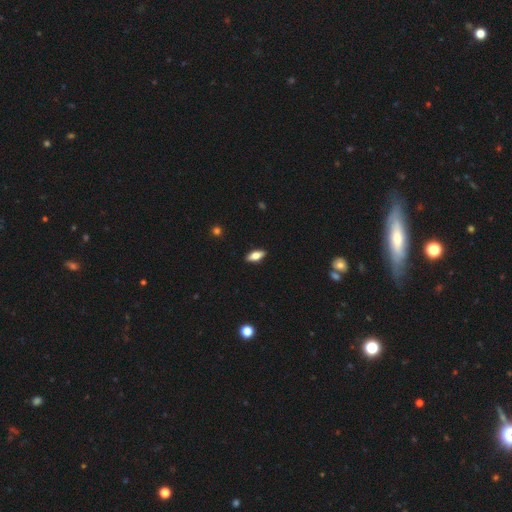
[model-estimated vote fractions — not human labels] Smooth or featured? smooth (70%)
How rounded? in between (82%)
Merging? none (89%)